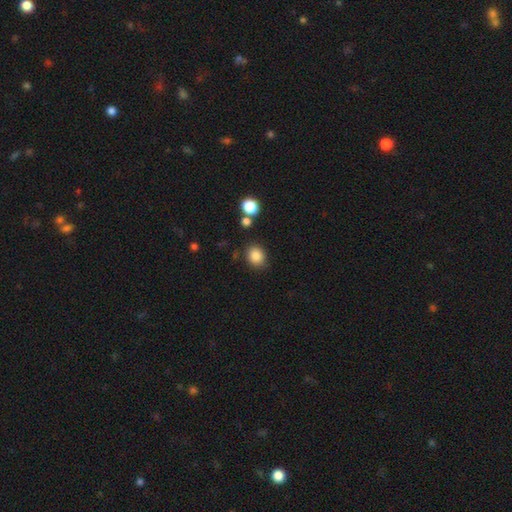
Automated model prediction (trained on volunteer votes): Morphology: type=smooth (86%); roundness=round (65%); merging=none (81%).